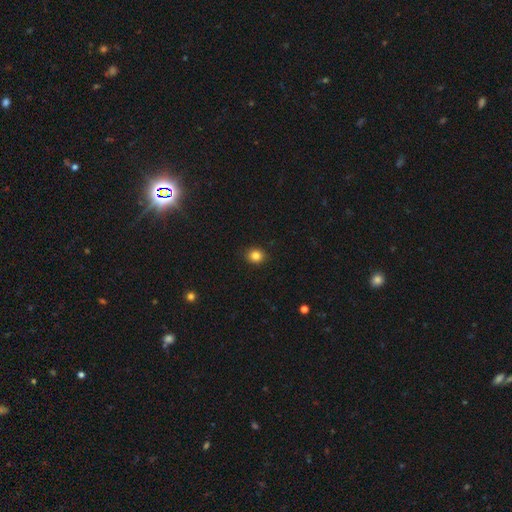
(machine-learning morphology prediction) smooth 84%, star or artifact 11%, featured or disk 5%. Down the decision tree: how rounded — round (76%); merging — none (90%).